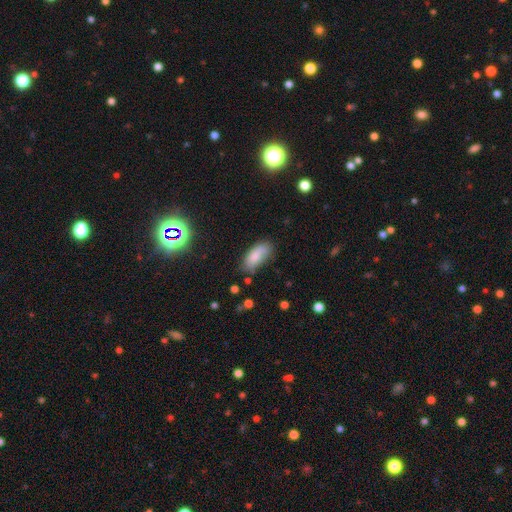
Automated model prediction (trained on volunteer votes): Morphology: type=smooth (80%); roundness=in between (88%); merging=none (63%).